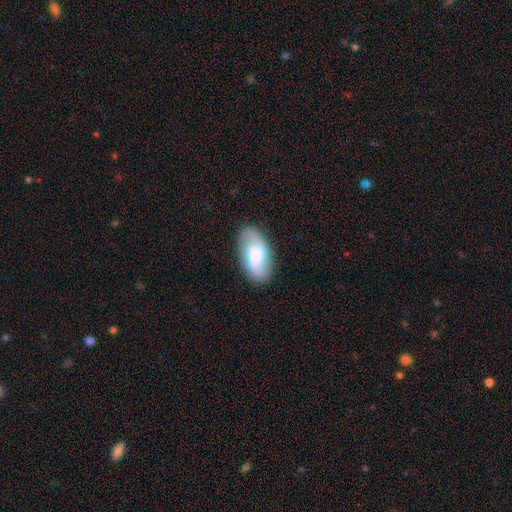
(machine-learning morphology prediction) A smooth galaxy with no disk features (58%) that is in between round and cigar-shaped (94%). Merging: none (81%).